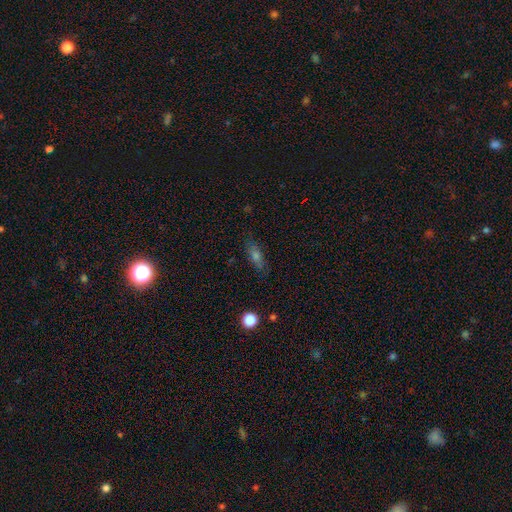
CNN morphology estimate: This appears to be a smooth galaxy with no disk features (58%) that is in between round and cigar-shaped (51%). Merging: none (83%).